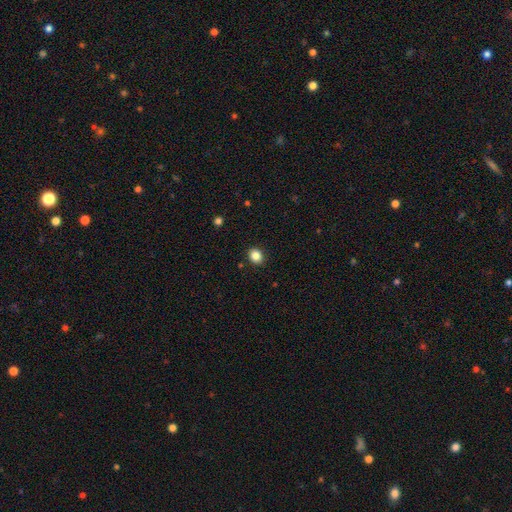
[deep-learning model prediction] The model was most divided on "how rounded": round: 59%, in between: 40%, cigar-shaped: 1%. More confident: merging — none (90%); smooth or featured — smooth (85%).